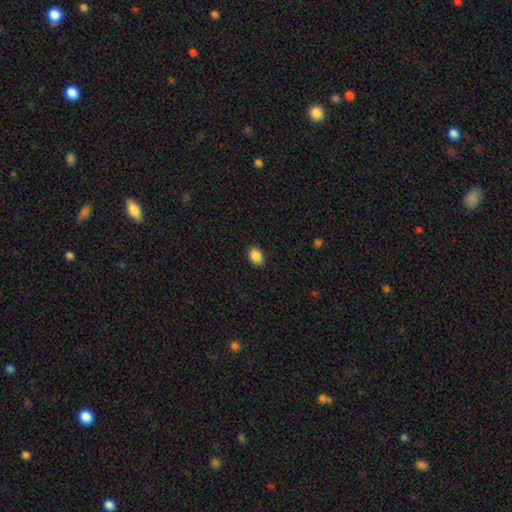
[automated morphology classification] type=smooth (89%); roundness=in between (71%); merging=none (88%).